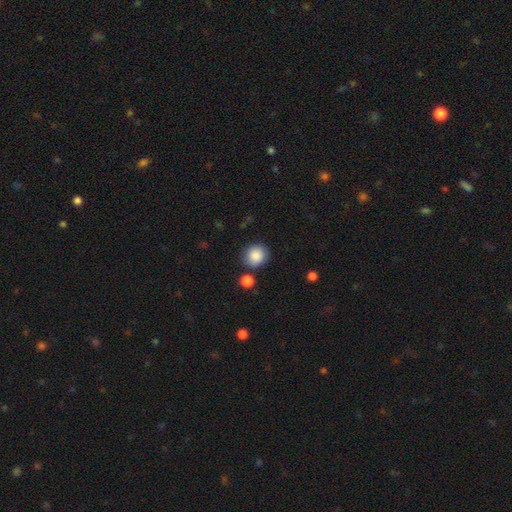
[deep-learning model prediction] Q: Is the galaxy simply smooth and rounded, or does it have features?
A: smooth — 87%.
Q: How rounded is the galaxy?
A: round — 84%.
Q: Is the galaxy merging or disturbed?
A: none — 79%.